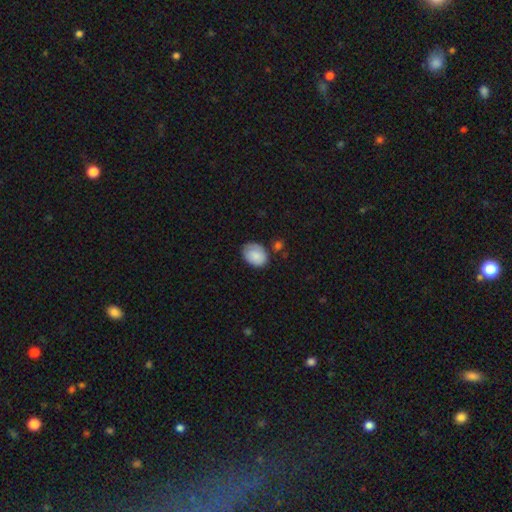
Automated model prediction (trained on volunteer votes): smooth 84%, featured or disk 9%, star or artifact 7%. Down the decision tree: how rounded — in between (70%); merging — none (65%).